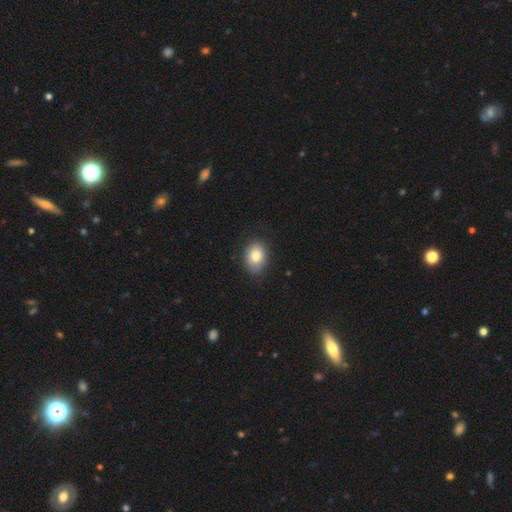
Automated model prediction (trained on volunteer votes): A smooth galaxy with no disk features (82%) that is in between round and cigar-shaped (67%).

Vote fractions:
- Smooth or featured? smooth: 82% / featured or disk: 10% / star or artifact: 8%
- How rounded? in between: 67% / round: 32% / cigar-shaped: 1%
- Merging? none: 83% / minor disturbance: 13% / major disturbance: 3% / merger: 1%